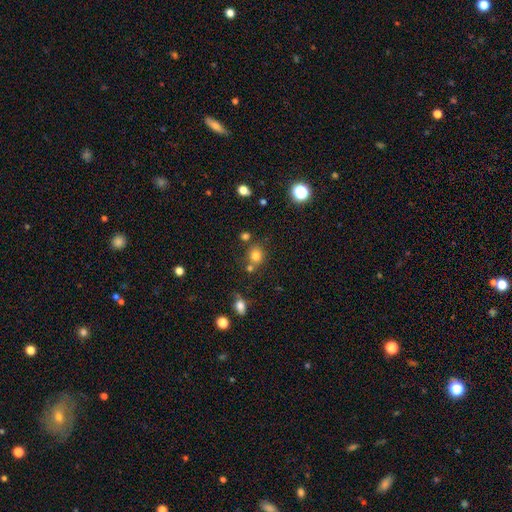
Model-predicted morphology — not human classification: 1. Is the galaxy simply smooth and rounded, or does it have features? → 76% smooth, 16% star or artifact, 8% featured or disk.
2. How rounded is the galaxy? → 76% round, 23% in between, 1% cigar-shaped.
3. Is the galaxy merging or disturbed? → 67% none, 17% merger, 11% minor disturbance, 4% major disturbance.